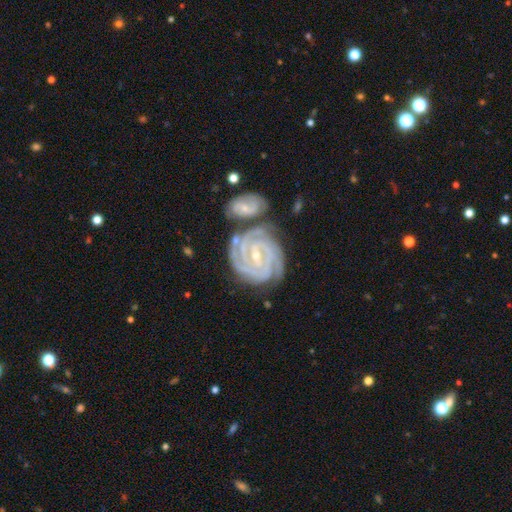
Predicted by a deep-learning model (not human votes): featured or disk 87%, star or artifact 7%, smooth 7%. Down the decision tree: edge-on disk — no (97%); bar — no (46%); spiral arms — yes (98%); spiral arm count — 3 (33%); spiral winding — tight (82%); bulge size — small (66%); merging — none (55%).